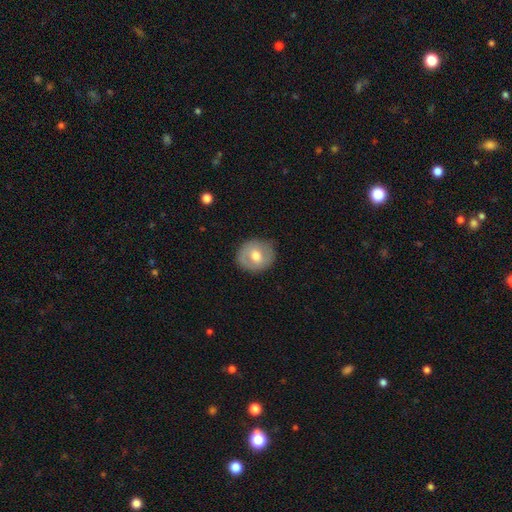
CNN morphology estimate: Smooth or featured?
  - smooth: 57% *
  - featured or disk: 37%
  - star or artifact: 6%
How rounded?
  - round: 76% *
  - in between: 23%
  - cigar-shaped: 1%
Merging?
  - none: 84% *
  - minor disturbance: 12%
  - major disturbance: 3%
  - merger: 1%